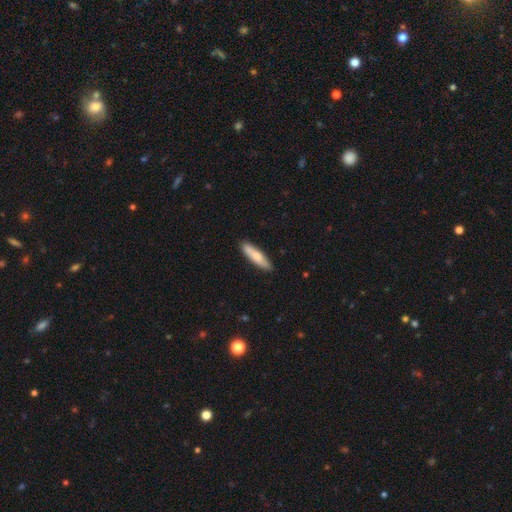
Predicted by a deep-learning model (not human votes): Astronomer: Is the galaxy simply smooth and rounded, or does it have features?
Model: smooth — 76%.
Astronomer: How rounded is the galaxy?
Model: cigar-shaped — 77%.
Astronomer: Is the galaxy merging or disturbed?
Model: none — 87%.